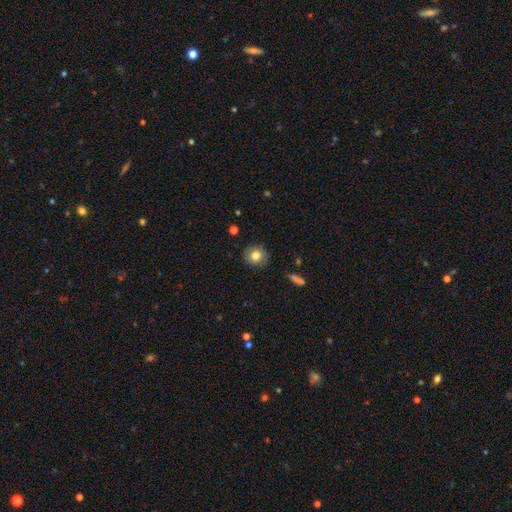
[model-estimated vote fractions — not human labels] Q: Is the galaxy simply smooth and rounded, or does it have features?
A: smooth — 79%.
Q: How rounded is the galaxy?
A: round — 85%.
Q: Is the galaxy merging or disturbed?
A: none — 87%.